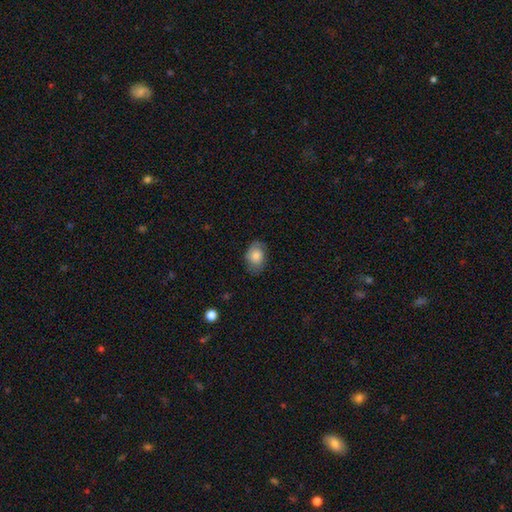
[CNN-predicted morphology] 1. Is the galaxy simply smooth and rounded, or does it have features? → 78% smooth, 14% featured or disk, 8% star or artifact.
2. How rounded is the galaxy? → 74% in between, 25% round, 1% cigar-shaped.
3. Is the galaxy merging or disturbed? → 71% none, 22% minor disturbance, 6% major disturbance, 1% merger.